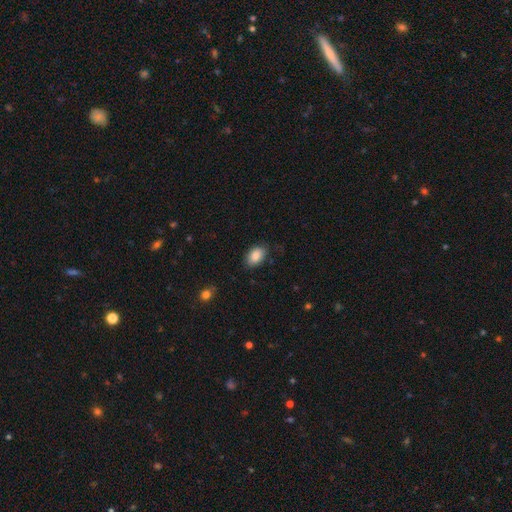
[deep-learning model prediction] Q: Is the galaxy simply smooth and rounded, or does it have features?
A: smooth — 86%.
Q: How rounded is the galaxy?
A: in between — 87%.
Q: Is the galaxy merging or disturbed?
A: none — 80%.